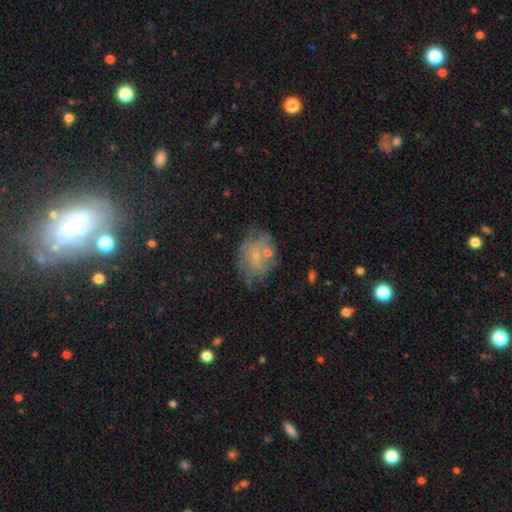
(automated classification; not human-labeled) This appears to be a smooth galaxy with no disk features (44%). Merging: none (52%).